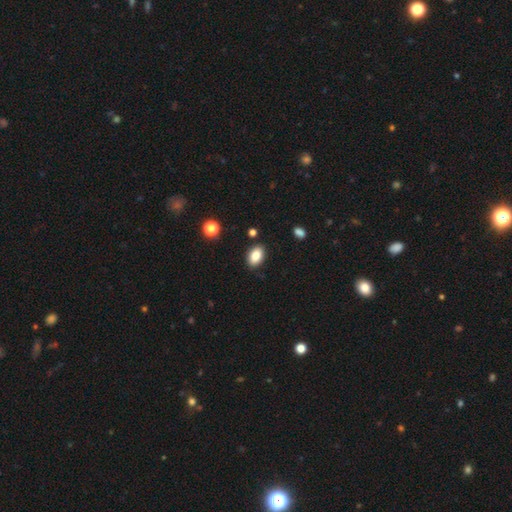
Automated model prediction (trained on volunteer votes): Overall: smooth (86%). How rounded: in between (87%). Merging: none (86%).